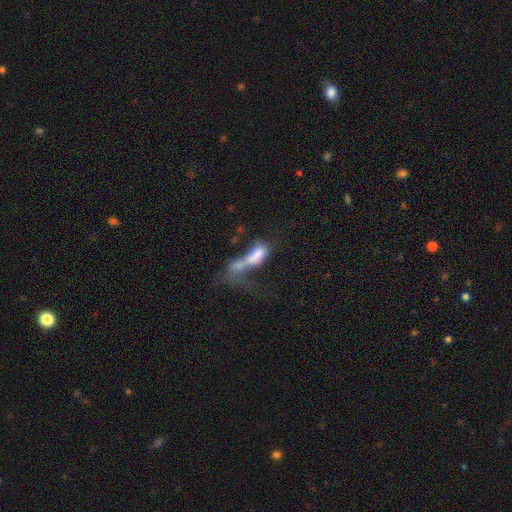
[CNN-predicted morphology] type=smooth (53%); roundness=in between (65%); merging=merger (57%).